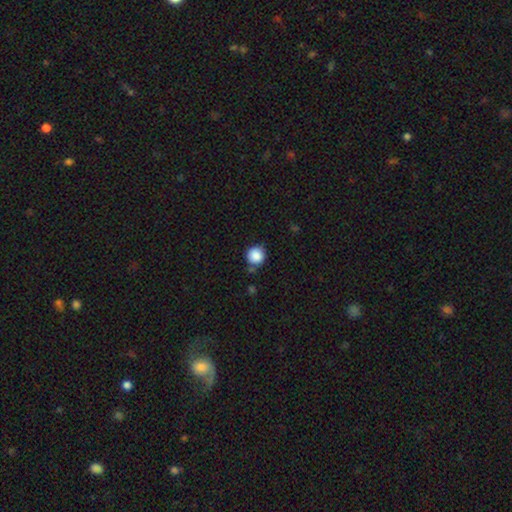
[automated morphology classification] A smooth galaxy with no disk features (87%) that is round (93%). Merging: none (76%).